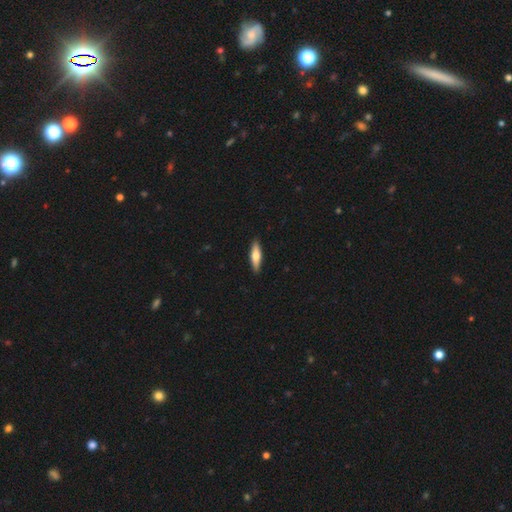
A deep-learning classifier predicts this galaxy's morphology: A smooth galaxy with no disk features (62%) that is cigar-shaped (64%). Merging: none (91%).